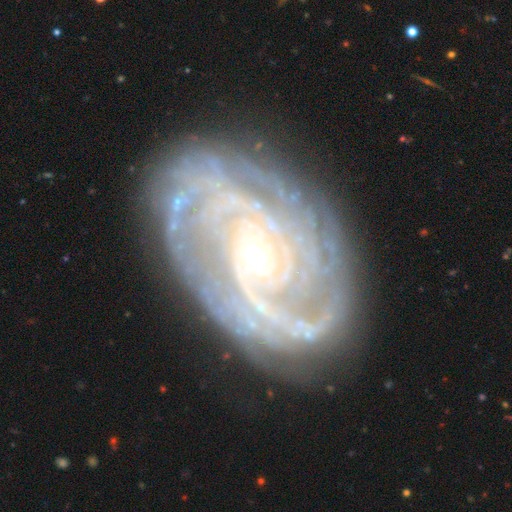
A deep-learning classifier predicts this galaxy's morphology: Smooth or featured: featured or disk — 89% (star or artifact — 6%)
Edge-on disk: no — 96% (yes — 4%)
Bar: no — 63% (weak — 26%)
Spiral arms: yes — 97% (no — 3%)
Spiral winding: tight — 75% (medium — 21%)
Spiral arm count: can't tell — 24% (2 — 22%)
Bulge size: small — 76% (moderate — 20%)
Merging: none — 80% (minor disturbance — 14%)